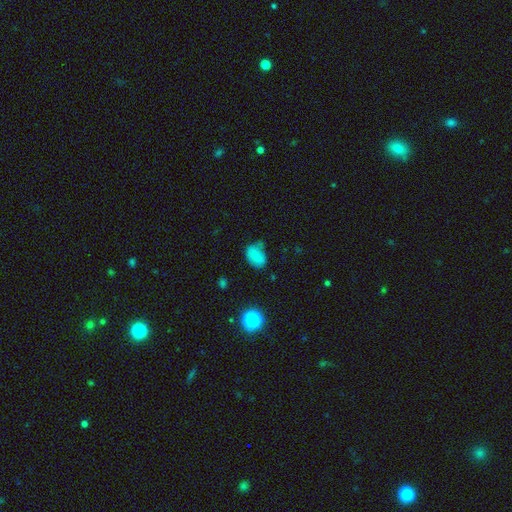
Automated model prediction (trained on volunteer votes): This appears to be a smooth galaxy with no disk features (76%) that is in between round and cigar-shaped (78%). Merging: none (56%).